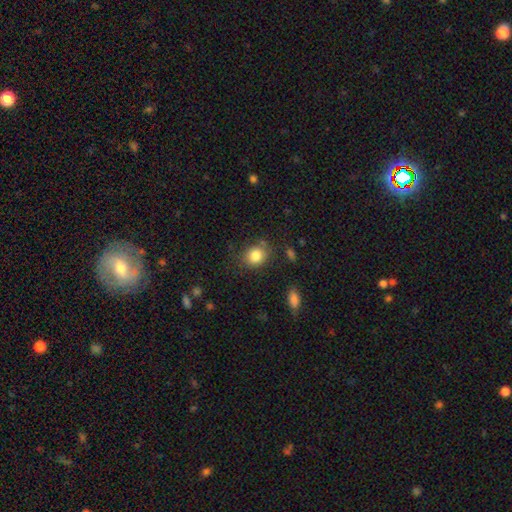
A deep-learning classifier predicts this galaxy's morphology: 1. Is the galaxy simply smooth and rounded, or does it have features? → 83% smooth, 10% star or artifact, 7% featured or disk.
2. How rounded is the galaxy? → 60% round, 39% in between, 1% cigar-shaped.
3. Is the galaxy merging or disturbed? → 75% none, 17% minor disturbance, 5% major disturbance, 3% merger.